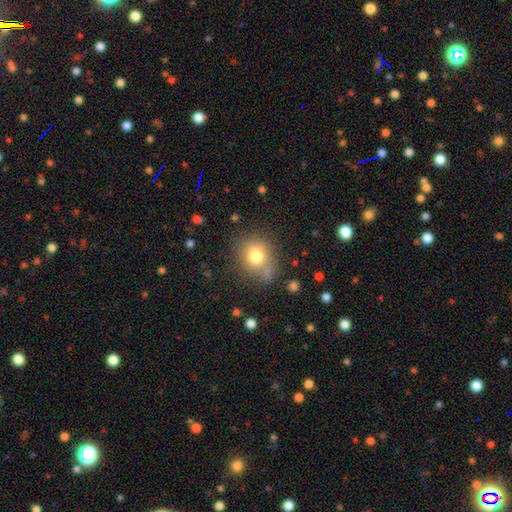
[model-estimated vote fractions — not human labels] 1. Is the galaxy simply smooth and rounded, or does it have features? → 75% smooth, 13% featured or disk, 12% star or artifact.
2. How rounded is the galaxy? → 67% round, 31% in between, 1% cigar-shaped.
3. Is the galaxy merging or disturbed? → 66% none, 20% minor disturbance, 8% major disturbance, 6% merger.